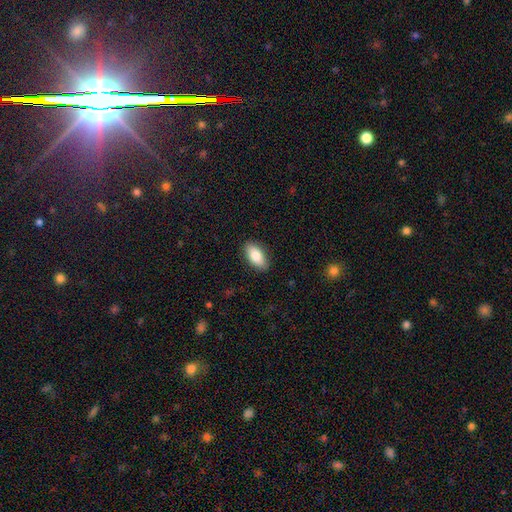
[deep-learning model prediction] The model was most divided on "smooth or featured": smooth: 81%, featured or disk: 12%, star or artifact: 6%. More confident: how rounded — in between (91%); merging — none (89%).